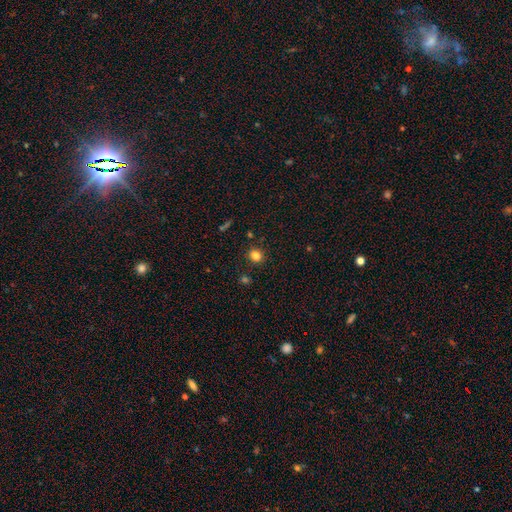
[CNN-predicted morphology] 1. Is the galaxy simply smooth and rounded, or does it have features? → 82% smooth, 13% star or artifact, 5% featured or disk.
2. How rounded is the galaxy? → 81% round, 18% in between, 1% cigar-shaped.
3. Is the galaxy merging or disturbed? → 88% none, 7% minor disturbance, 2% merger, 2% major disturbance.